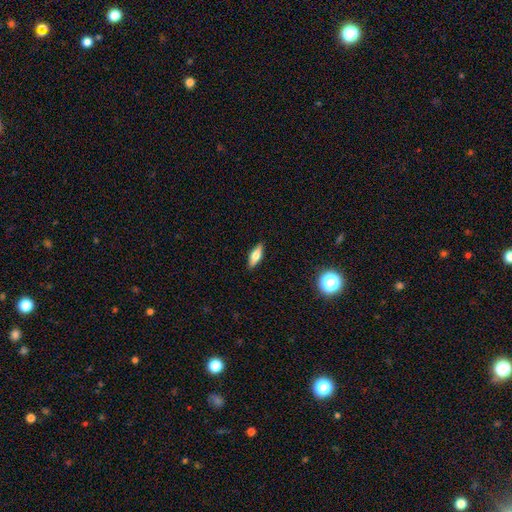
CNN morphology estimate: smooth_or_featured: smooth (p=0.58) [alt: featured or disk p=0.35]
how_rounded: in between (p=0.57) [alt: cigar-shaped p=0.40]
merging: none (p=0.89) [alt: minor disturbance p=0.08]